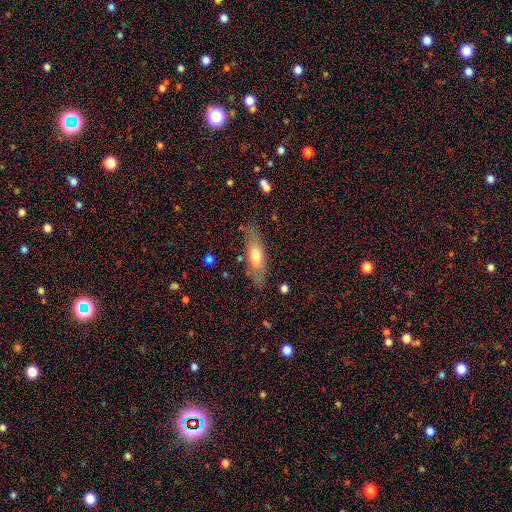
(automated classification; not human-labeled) Q: Smooth or featured?
A: smooth (59%); runner-up: featured or disk (35%)
Q: How rounded?
A: in between (50%); runner-up: cigar-shaped (47%)
Q: Merging?
A: none (74%); runner-up: minor disturbance (18%)